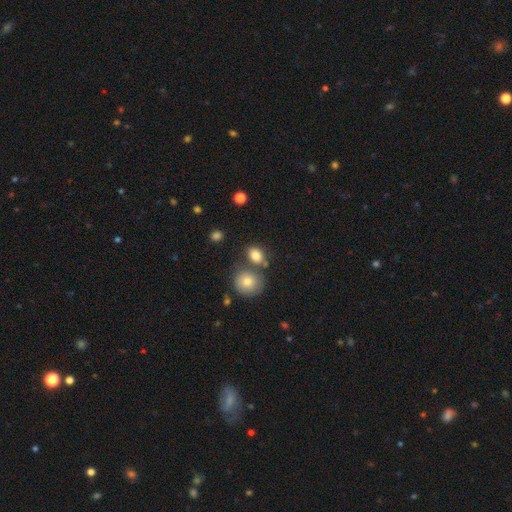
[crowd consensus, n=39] Q: Smooth or featured?
A: smooth (90%); runner-up: featured or disk (5%)
Q: How rounded?
A: in between (69%); runner-up: round (31%)
Q: Merging?
A: none (62%); runner-up: minor disturbance (19%)